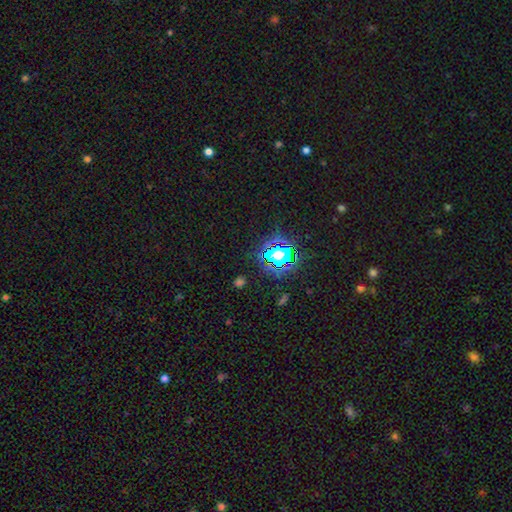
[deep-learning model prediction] Smooth or featured: star or artifact — 79% (smooth — 13%)